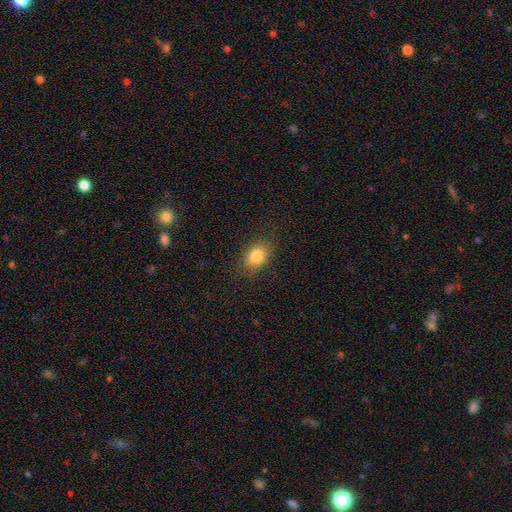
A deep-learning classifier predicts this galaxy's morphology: A smooth galaxy with no disk features (82%) that is in between round and cigar-shaped (73%). Merging: none (85%).